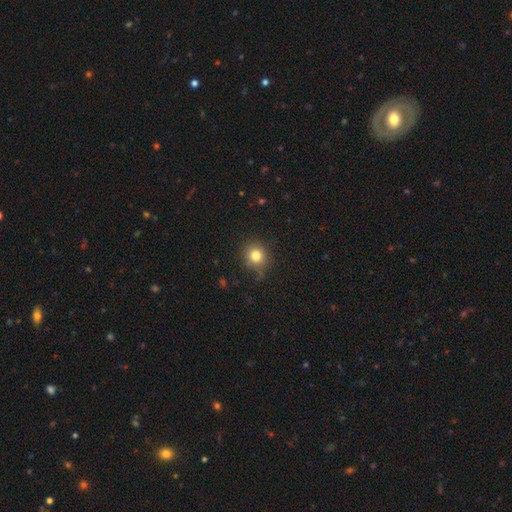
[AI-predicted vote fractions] Q: Smooth or featured?
A: smooth (81%); runner-up: star or artifact (12%)
Q: How rounded?
A: round (87%); runner-up: in between (12%)
Q: Merging?
A: none (82%); runner-up: minor disturbance (13%)